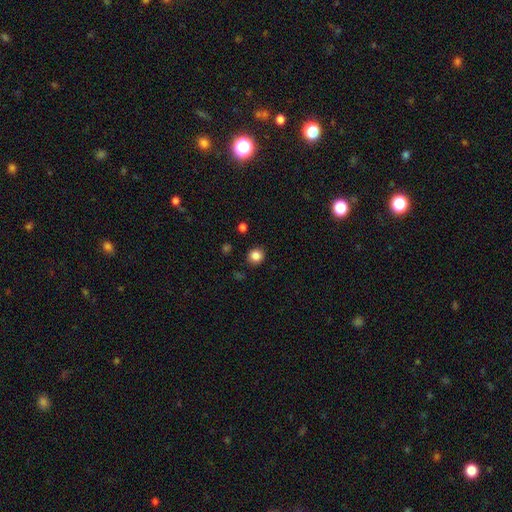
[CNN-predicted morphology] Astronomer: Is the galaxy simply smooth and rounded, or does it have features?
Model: smooth — 85%.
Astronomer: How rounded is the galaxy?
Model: round — 87%.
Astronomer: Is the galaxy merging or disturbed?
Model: none — 89%.